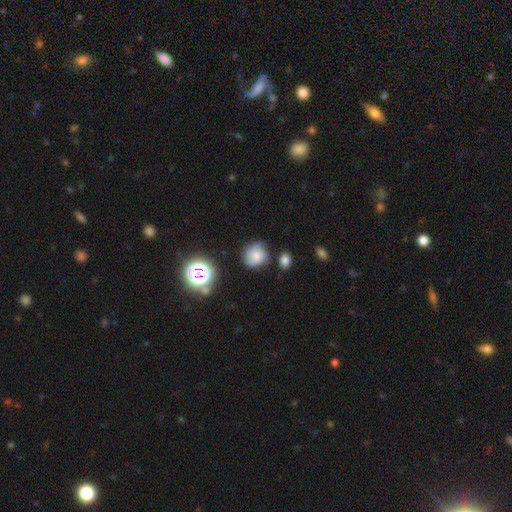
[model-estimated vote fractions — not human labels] Smooth or featured: smooth — 65% (featured or disk — 22%)
How rounded: round — 79% (in between — 20%)
Merging: none — 65% (minor disturbance — 23%)